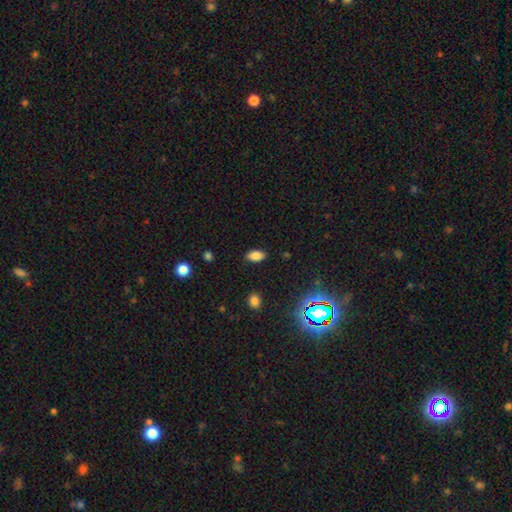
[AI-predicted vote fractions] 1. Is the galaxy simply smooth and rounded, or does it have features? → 81% smooth, 12% star or artifact, 7% featured or disk.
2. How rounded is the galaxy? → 91% in between, 6% round, 3% cigar-shaped.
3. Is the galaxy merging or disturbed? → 87% none, 9% minor disturbance, 3% major disturbance, 1% merger.